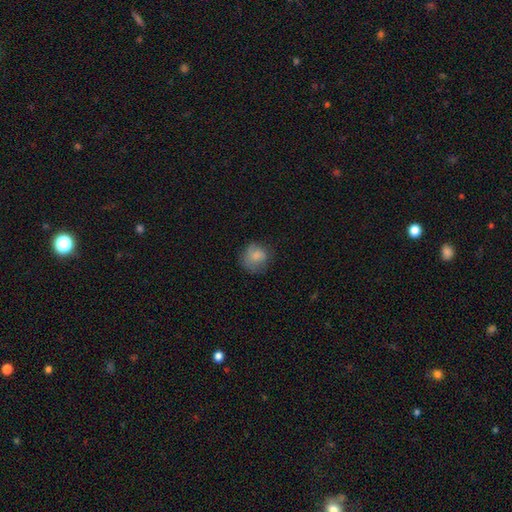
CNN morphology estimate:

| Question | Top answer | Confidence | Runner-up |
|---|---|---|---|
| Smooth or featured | smooth | 79% | featured or disk (12%) |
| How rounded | round | 80% | in between (19%) |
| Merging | none | 63% | minor disturbance (24%) |